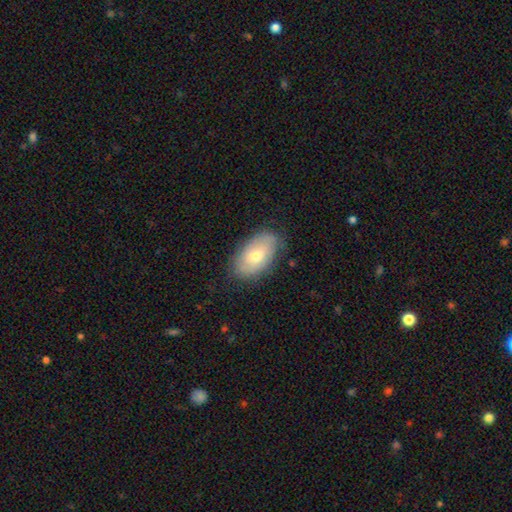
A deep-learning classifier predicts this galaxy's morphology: Overall: smooth (63%; featured or disk 30%). How rounded: in between (94%). Merging: none (79%).